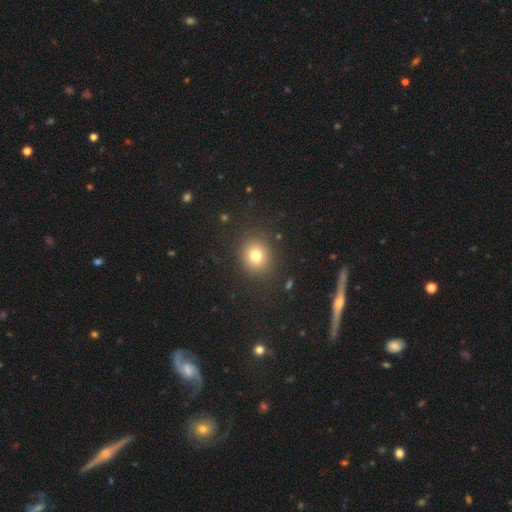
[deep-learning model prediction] Smooth or featured? smooth (77%)
How rounded? round (78%)
Merging? none (87%)